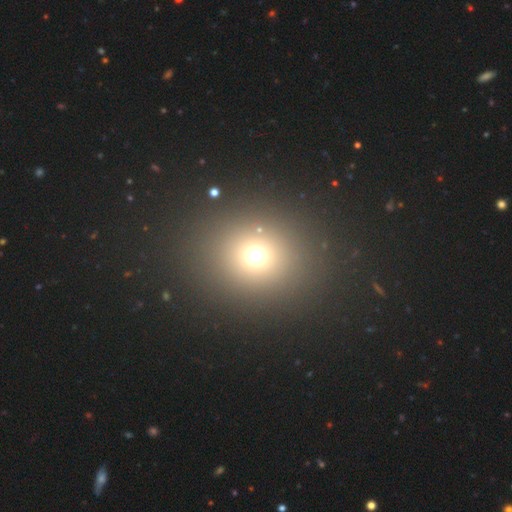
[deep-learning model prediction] Overall: smooth (68%). How rounded: round (78%). Merging: none (85%).